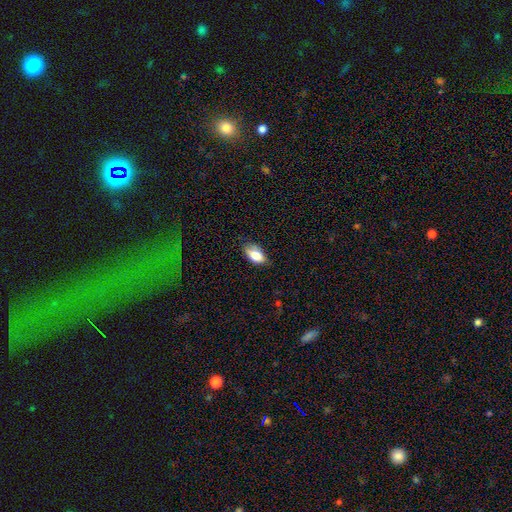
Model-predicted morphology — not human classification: This is likely a smooth galaxy (78%). How rounded: clearly in between (90%). Merging: likely none (68%).